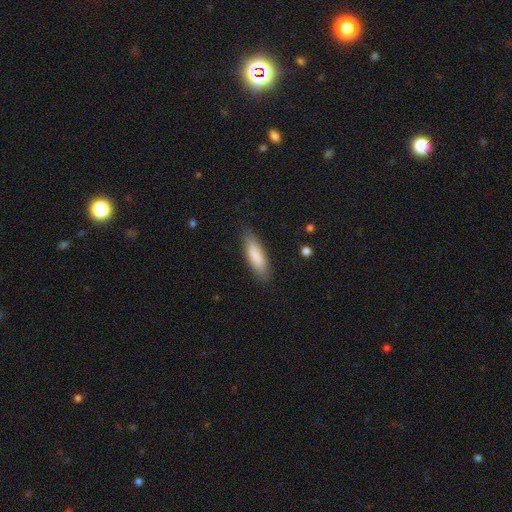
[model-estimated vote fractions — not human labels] Smooth or featured?
  - smooth: 85% *
  - featured or disk: 10%
  - star or artifact: 6%
How rounded?
  - cigar-shaped: 50% *
  - in between: 49%
  - round: 2%
Merging?
  - none: 85% *
  - minor disturbance: 11%
  - major disturbance: 2%
  - merger: 1%